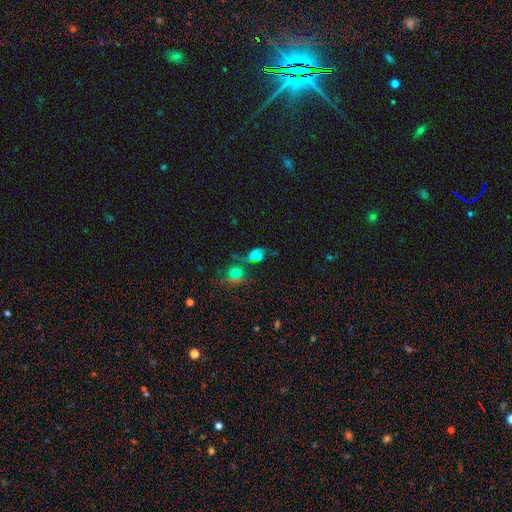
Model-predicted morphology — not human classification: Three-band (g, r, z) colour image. It shows a smooth galaxy with no disk features (48%). Merging: none (34%).